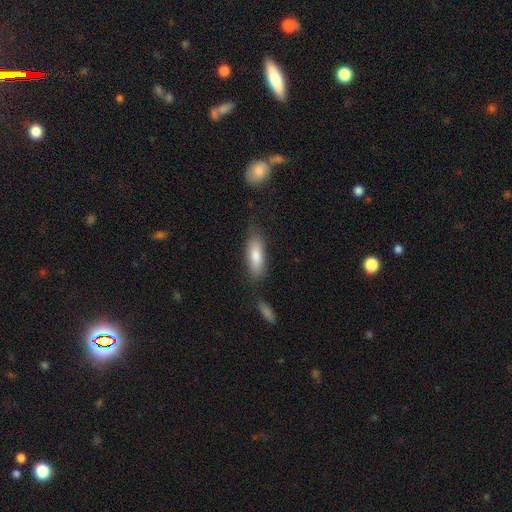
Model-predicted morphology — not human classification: Overall: smooth (77%). How rounded: in between (57%; cigar-shaped 41%). Merging: none (75%).